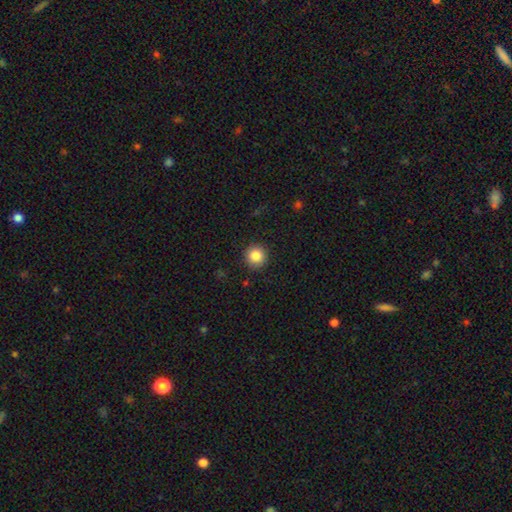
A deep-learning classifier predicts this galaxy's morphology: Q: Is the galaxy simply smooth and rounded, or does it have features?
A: smooth — 85%.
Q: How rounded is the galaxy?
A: round — 95%.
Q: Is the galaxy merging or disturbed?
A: none — 92%.